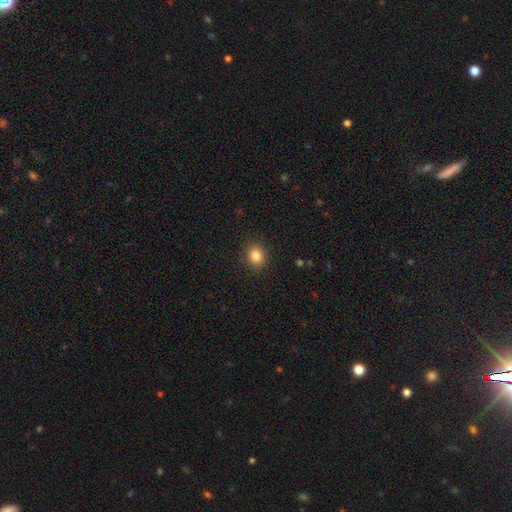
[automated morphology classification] smooth 84%, star or artifact 11%, featured or disk 6%. Down the decision tree: how rounded — round (61%); merging — none (89%).